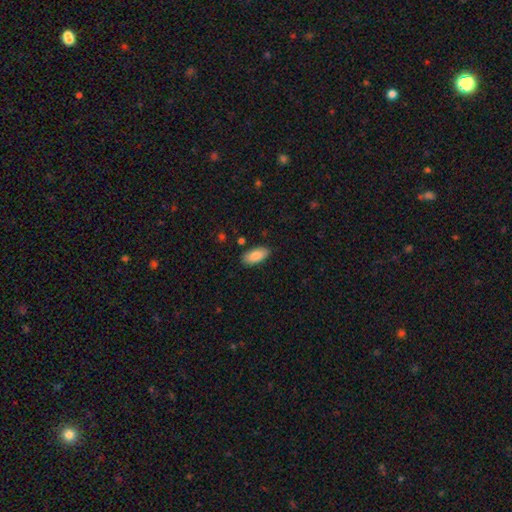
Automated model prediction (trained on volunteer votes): A smooth galaxy with no disk features (87%) that is in between round and cigar-shaped (91%).

Vote fractions:
- Smooth or featured? smooth: 87% / featured or disk: 7% / star or artifact: 6%
- How rounded? in between: 91% / cigar-shaped: 7% / round: 2%
- Merging? none: 85% / minor disturbance: 11% / major disturbance: 2% / merger: 2%